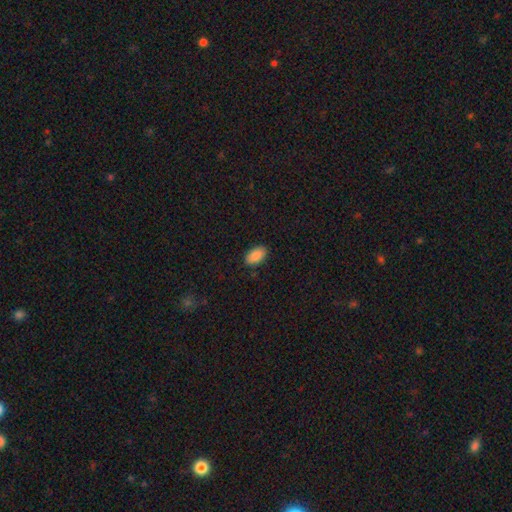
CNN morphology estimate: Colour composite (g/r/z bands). It shows a smooth galaxy with no disk features (89%) that is in between round and cigar-shaped (94%). Merging: none (88%).